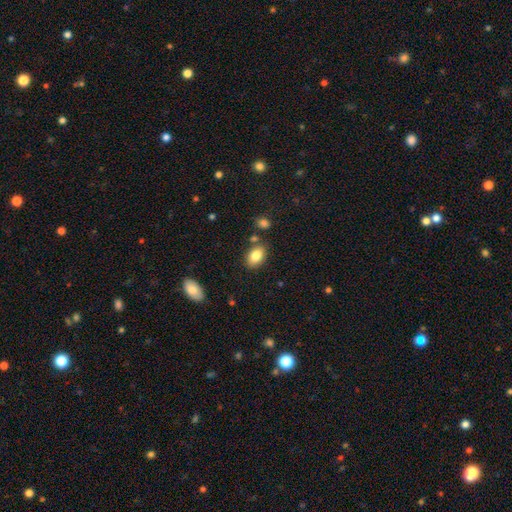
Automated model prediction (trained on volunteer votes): Overall: smooth (83%). How rounded: in between (87%). Merging: none (79%).